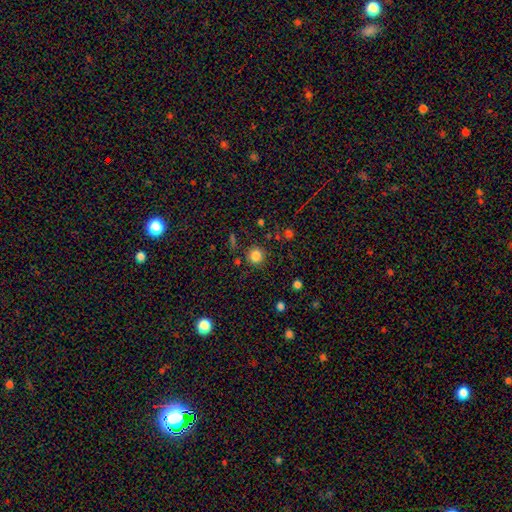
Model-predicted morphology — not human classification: smooth 83%, star or artifact 12%, featured or disk 5%. Down the decision tree: how rounded — round (94%); merging — none (86%).